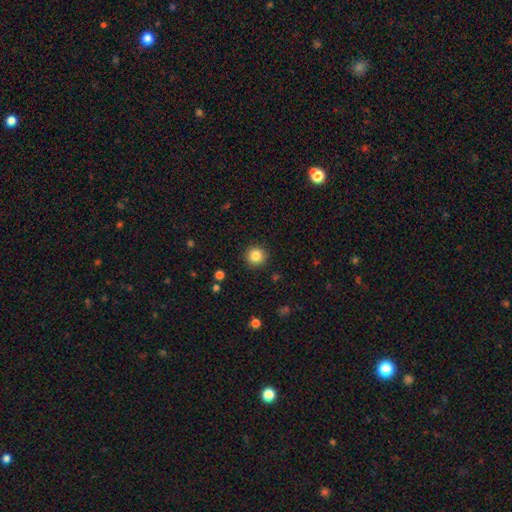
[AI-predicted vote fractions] The model was most divided on "smooth or featured": smooth: 85%, star or artifact: 10%, featured or disk: 5%. More confident: how rounded — round (95%); merging — none (92%).